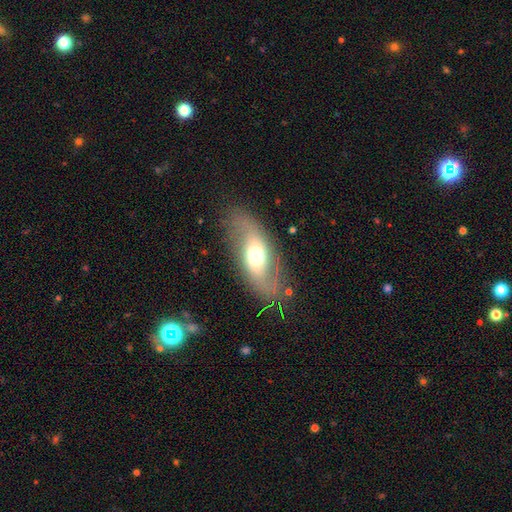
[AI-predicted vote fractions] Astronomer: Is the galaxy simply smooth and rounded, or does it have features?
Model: featured or disk — 54% (runner-up: smooth, 38%).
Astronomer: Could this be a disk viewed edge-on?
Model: no — 84%.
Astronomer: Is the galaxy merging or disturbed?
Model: none — 78%.